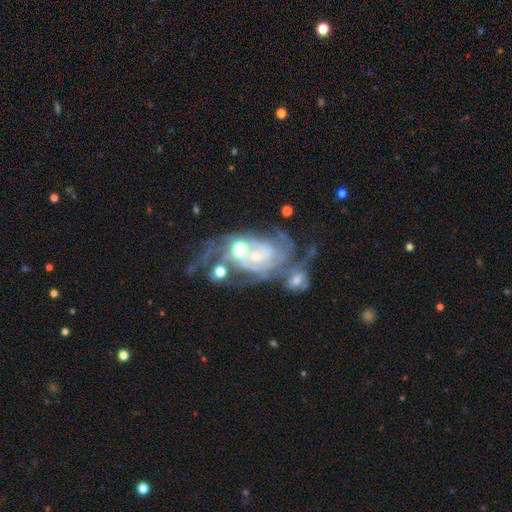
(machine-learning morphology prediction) Overall: featured or disk (81%). Edge-on disk: no (97%). Bar: no (67%). Spiral arms: yes (90%). Spiral arm count: can't tell (36%; 2 27%). Spiral winding: tight (53%; medium 33%). Bulge size: small (46%; moderate 40%). Merging: merger (41%; none 24%).